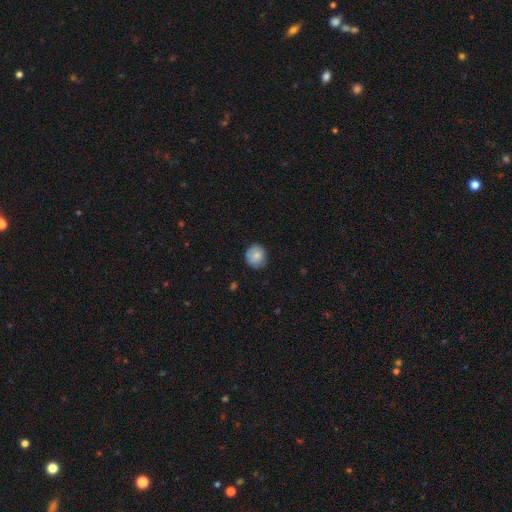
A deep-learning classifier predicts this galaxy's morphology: Smooth or featured? Predicted: smooth (p=0.80). How rounded? Predicted: round (p=0.86). Merging? Predicted: none (p=0.78).